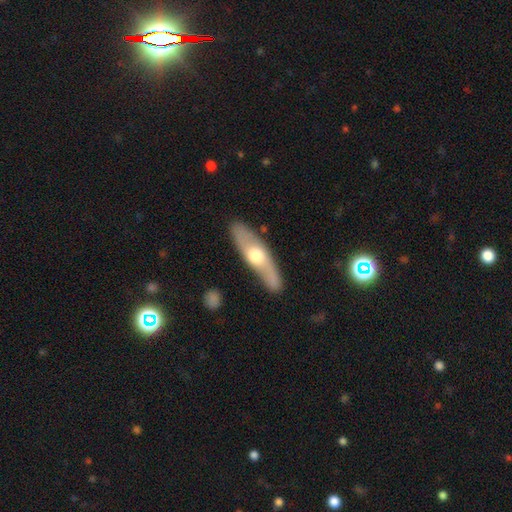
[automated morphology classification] Smooth or featured?
  - featured or disk: 52% *
  - smooth: 44%
  - star or artifact: 5%
Edge-on disk?
  - yes: 63% *
  - no: 37%
Merging?
  - none: 84% *
  - minor disturbance: 11%
  - major disturbance: 3%
  - merger: 2%